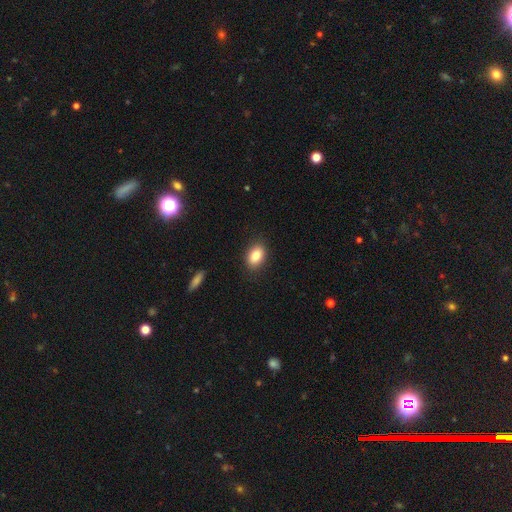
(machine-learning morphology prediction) smooth 84%, star or artifact 8%, featured or disk 8%. Down the decision tree: how rounded — in between (85%); merging — none (88%).